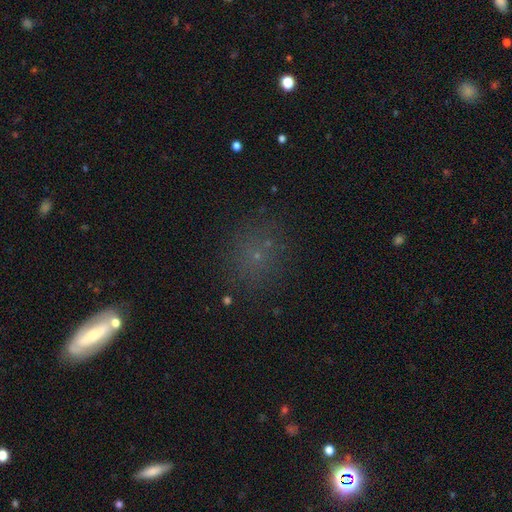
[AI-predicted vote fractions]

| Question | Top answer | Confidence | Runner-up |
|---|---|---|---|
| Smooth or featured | smooth | 55% | star or artifact (32%) |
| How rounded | round | 81% | in between (17%) |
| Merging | none | 80% | minor disturbance (11%) |